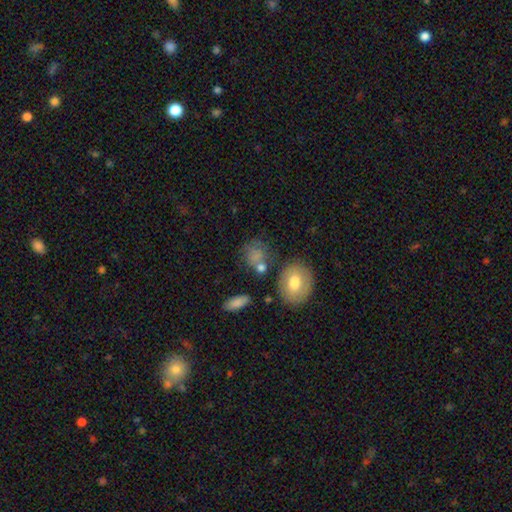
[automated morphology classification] smooth 74%, featured or disk 15%, star or artifact 12%. Down the decision tree: how rounded — round (63%); merging — none (52%).